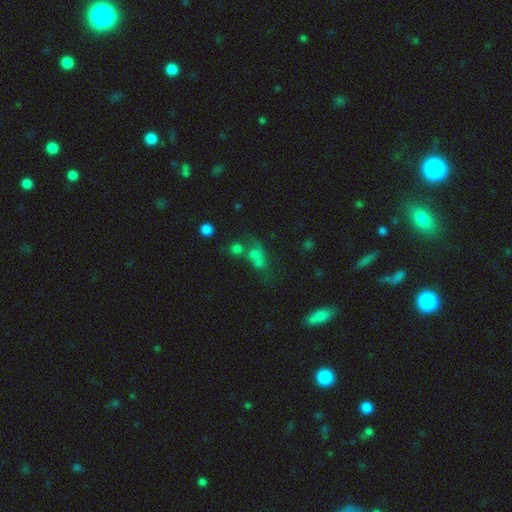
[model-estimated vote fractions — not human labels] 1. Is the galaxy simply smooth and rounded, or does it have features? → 48% smooth, 27% star or artifact, 25% featured or disk.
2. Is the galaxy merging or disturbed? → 37% none, 29% merger, 17% major disturbance, 17% minor disturbance.